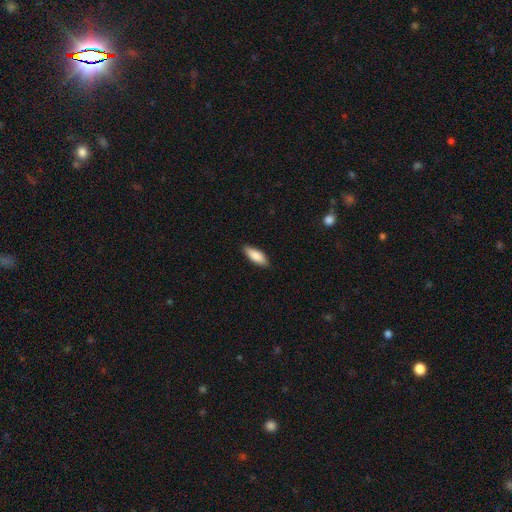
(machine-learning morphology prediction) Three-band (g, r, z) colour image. It shows a smooth galaxy with no disk features (85%) that is in between round and cigar-shaped (69%). Merging: none (87%).